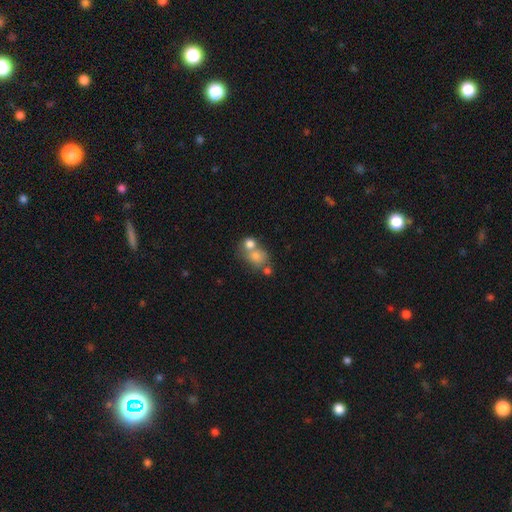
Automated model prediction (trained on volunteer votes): smooth_or_featured: smooth (p=0.73) [alt: featured or disk p=0.14]
how_rounded: round (p=0.64) [alt: in between p=0.35]
merging: merger (p=0.47) [alt: none p=0.38]